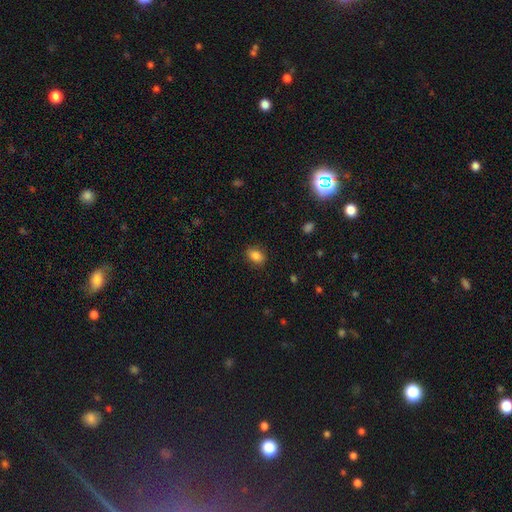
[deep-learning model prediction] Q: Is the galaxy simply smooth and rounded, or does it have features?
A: smooth — 85%.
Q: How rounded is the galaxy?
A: in between — 79%.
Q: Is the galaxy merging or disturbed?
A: none — 87%.